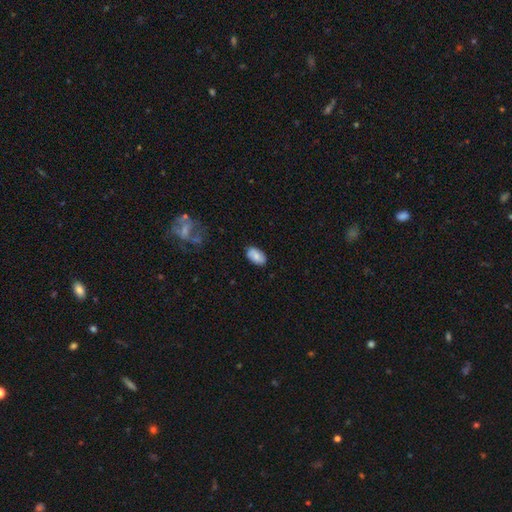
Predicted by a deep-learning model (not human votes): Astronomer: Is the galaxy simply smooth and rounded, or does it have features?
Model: smooth — 76%.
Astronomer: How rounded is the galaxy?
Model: in between — 93%.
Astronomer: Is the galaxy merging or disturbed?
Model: none — 82%.